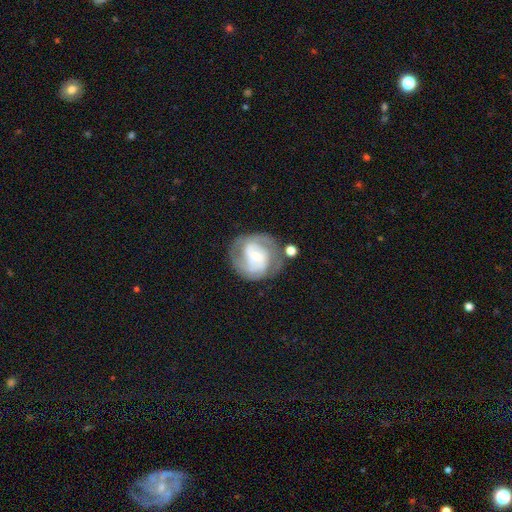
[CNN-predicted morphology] type=featured or disk (78%); edge-on=no (98%); bar=weak (44%); spiral arms=yes (89%); winding=tight (48%); arm count=2 (53%); bulge=small (62%); merging=none (64%).